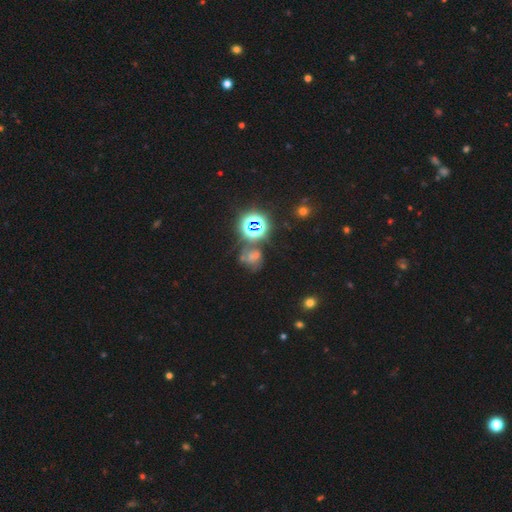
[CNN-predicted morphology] The model was most divided on "smooth or featured": star or artifact: 61%, smooth: 24%, featured or disk: 15%.